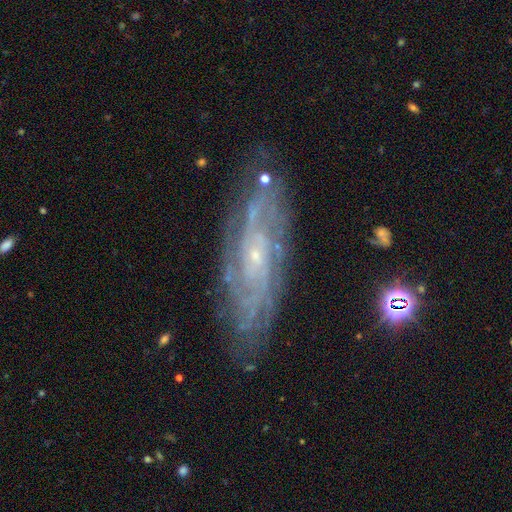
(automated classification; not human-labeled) Overall: featured or disk (86%). Edge-on disk: no (88%). Bar: no (67%). Spiral arms: yes (96%). Spiral arm count: can't tell (36%; 2 19%). Spiral winding: tight (65%; medium 29%). Bulge size: small (82%). Merging: none (80%).